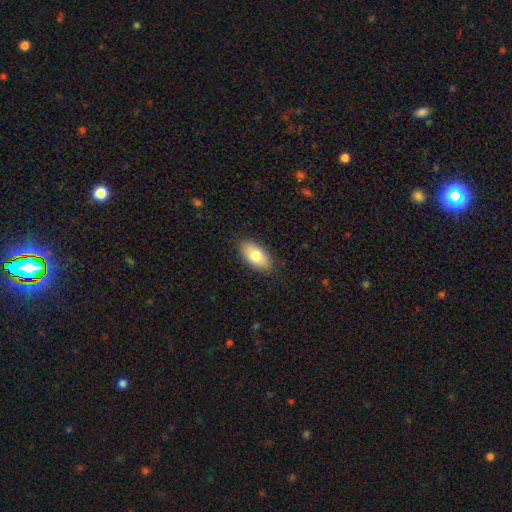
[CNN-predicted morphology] This is likely a smooth galaxy (77%). How rounded: clearly in between (93%). Merging: clearly none (87%).